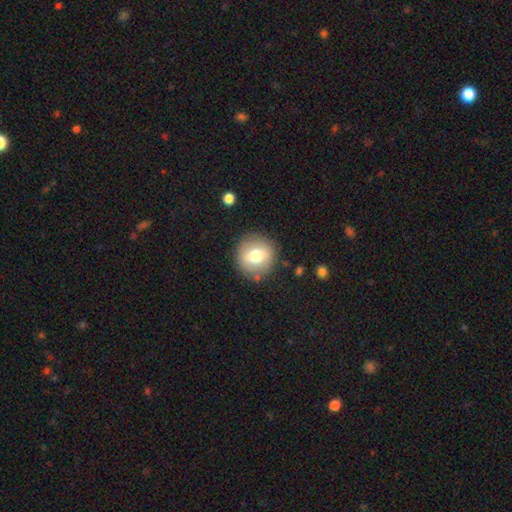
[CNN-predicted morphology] smooth_or_featured: smooth (p=0.70) [alt: featured or disk p=0.22]
how_rounded: round (p=0.92) [alt: in between p=0.07]
merging: none (p=0.86) [alt: minor disturbance p=0.09]